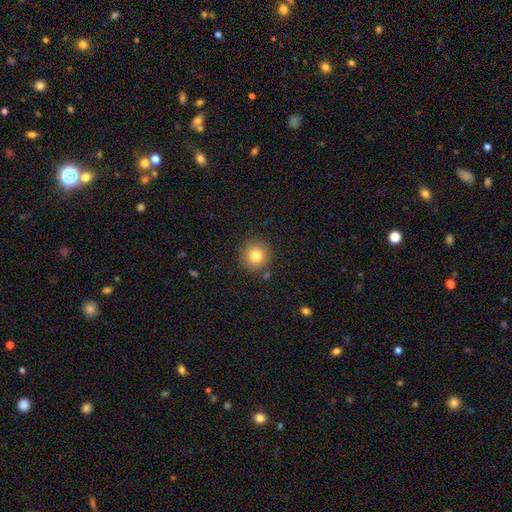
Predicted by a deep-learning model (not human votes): This appears to be a smooth galaxy with no disk features (80%) that is round (95%). Merging: none (88%).